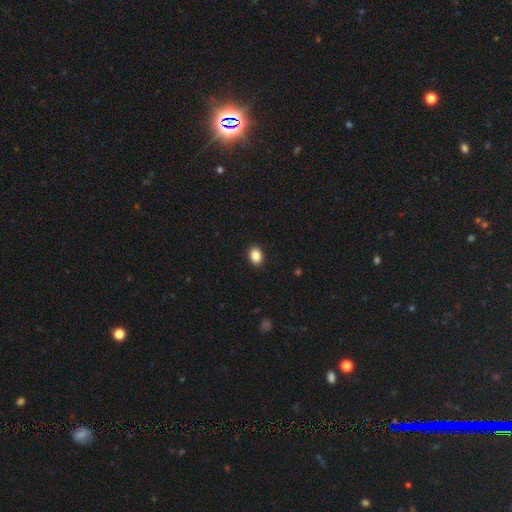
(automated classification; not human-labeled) Smooth or featured? Predicted: smooth (p=0.87). How rounded? Predicted: in between (p=0.70). Merging? Predicted: none (p=0.91).